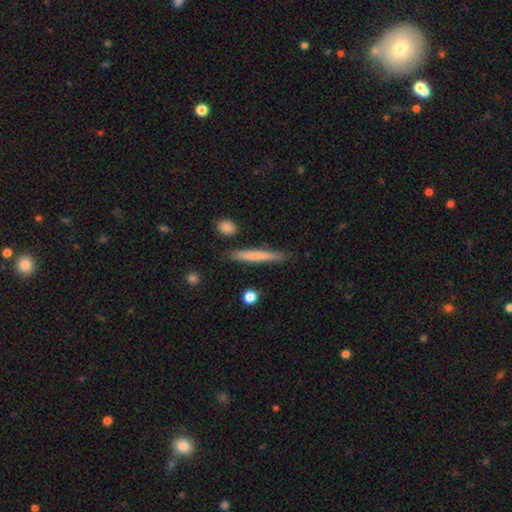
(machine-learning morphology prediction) Smooth or featured? smooth (69%)
How rounded? cigar-shaped (96%)
Merging? none (87%)